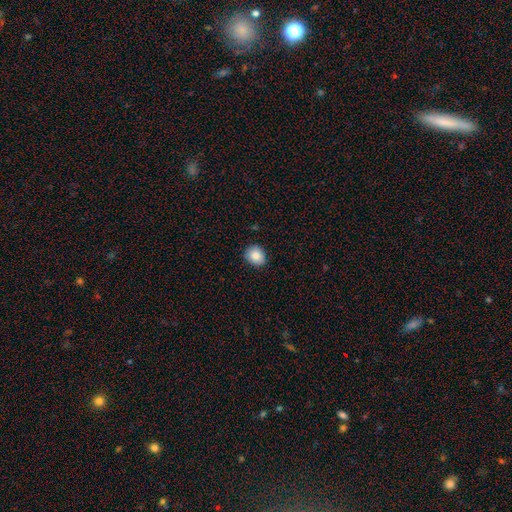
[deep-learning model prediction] Overall: smooth (84%). How rounded: round (62%; in between 37%). Merging: none (85%).